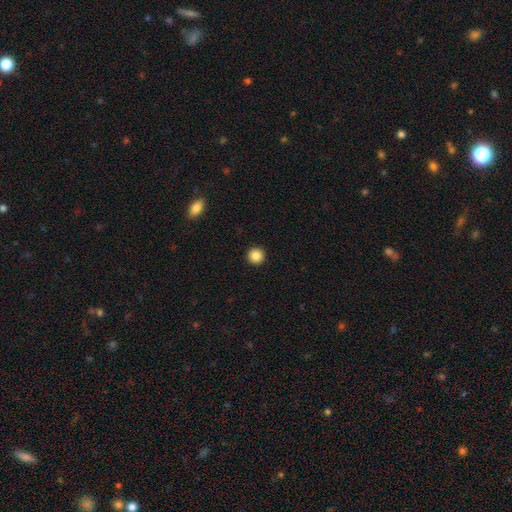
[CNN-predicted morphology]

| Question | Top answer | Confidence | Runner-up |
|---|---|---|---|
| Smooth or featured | smooth | 87% | star or artifact (10%) |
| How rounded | round | 96% | in between (3%) |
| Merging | none | 94% | minor disturbance (4%) |